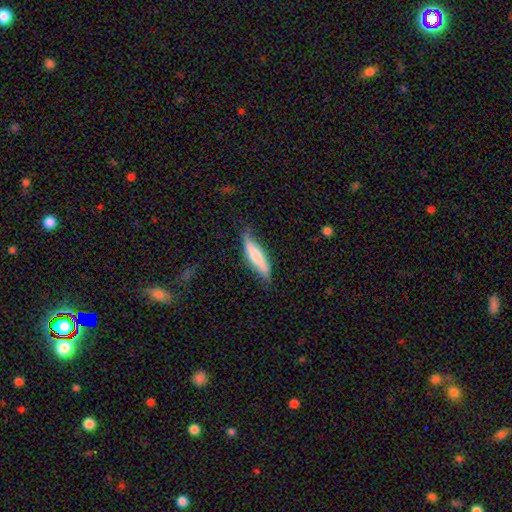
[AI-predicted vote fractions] Q: Smooth or featured?
A: smooth (58%); runner-up: featured or disk (36%)
Q: How rounded?
A: cigar-shaped (74%); runner-up: in between (25%)
Q: Merging?
A: none (58%); runner-up: minor disturbance (31%)